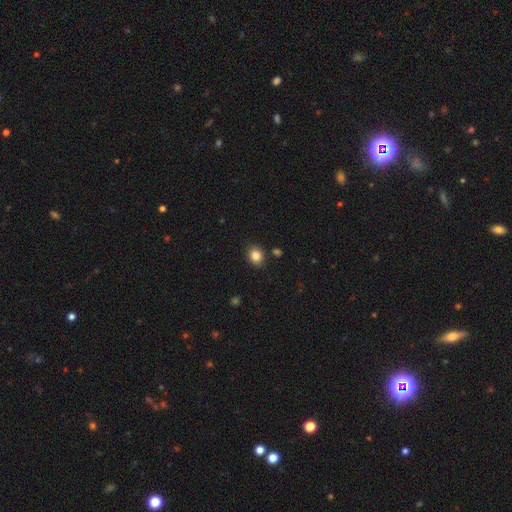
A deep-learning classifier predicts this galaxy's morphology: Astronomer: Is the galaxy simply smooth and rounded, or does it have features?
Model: smooth — 84%.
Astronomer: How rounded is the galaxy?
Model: round — 62%.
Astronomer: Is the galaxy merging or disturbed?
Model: none — 86%.